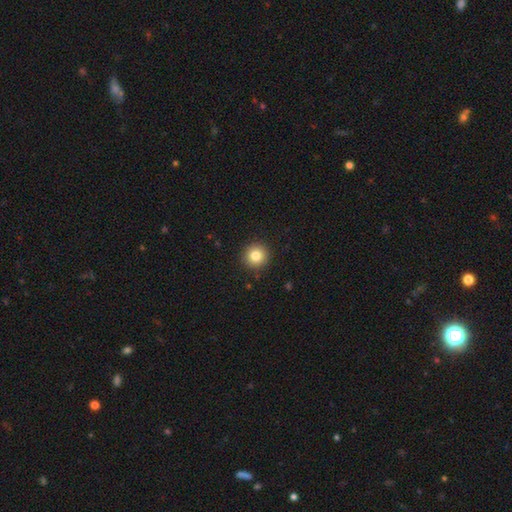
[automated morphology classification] Overall: smooth (82%). How rounded: round (94%). Merging: none (92%).